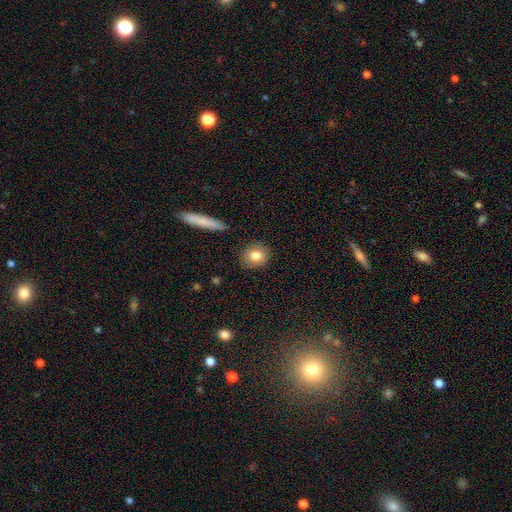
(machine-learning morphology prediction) smooth 80%, featured or disk 12%, star or artifact 8%. Down the decision tree: how rounded — round (72%); merging — none (87%).